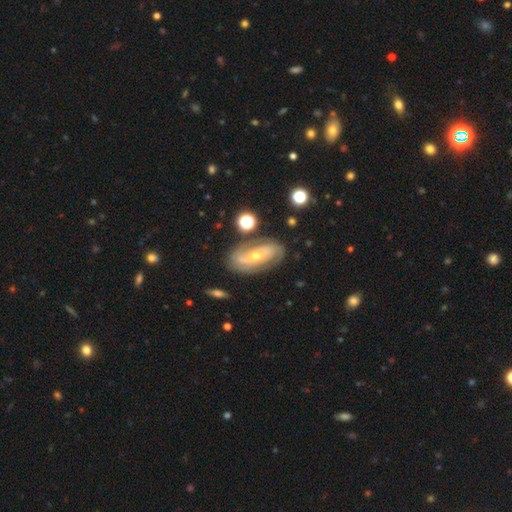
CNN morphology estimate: This appears to be a featured or disk galaxy (78%) with no bar (43%), 2 (69%) tight (44%) spiral arms (83%) and a small central bulge (59%). Merging: none (76%).